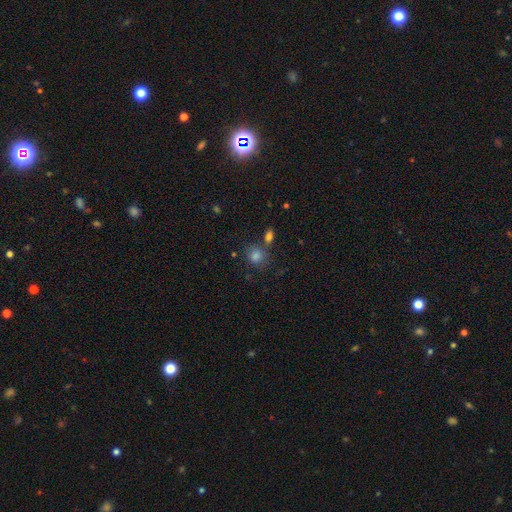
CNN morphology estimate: Smooth or featured? Predicted: smooth (p=0.81). How rounded? Predicted: round (p=0.73). Merging? Predicted: none (p=0.69).